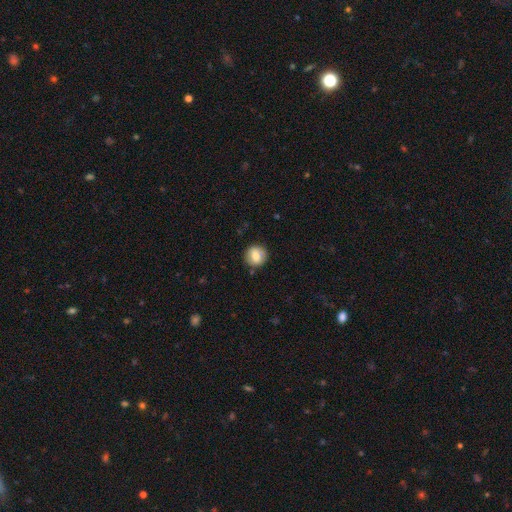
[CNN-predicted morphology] Smooth or featured? smooth (78%)
How rounded? round (90%)
Merging? none (88%)